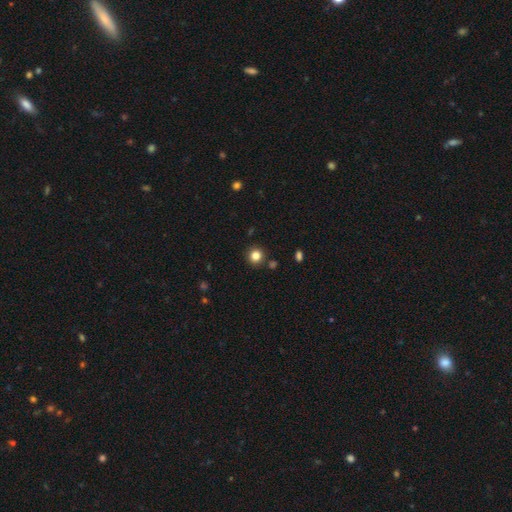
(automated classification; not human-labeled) A smooth galaxy with no disk features (83%) that is round (92%).

Vote fractions:
- Smooth or featured? smooth: 83% / star or artifact: 12% / featured or disk: 5%
- How rounded? round: 92% / in between: 7% / cigar-shaped: 1%
- Merging? none: 88% / minor disturbance: 6% / merger: 3% / major disturbance: 2%